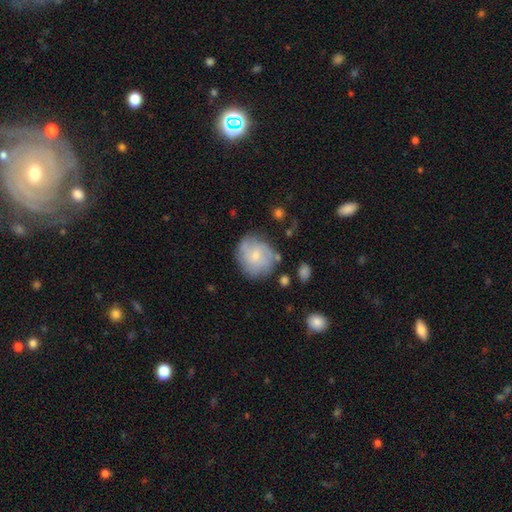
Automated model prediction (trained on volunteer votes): Q: Smooth or featured?
A: smooth (50%); runner-up: featured or disk (43%)
Q: Merging?
A: none (68%); runner-up: minor disturbance (21%)